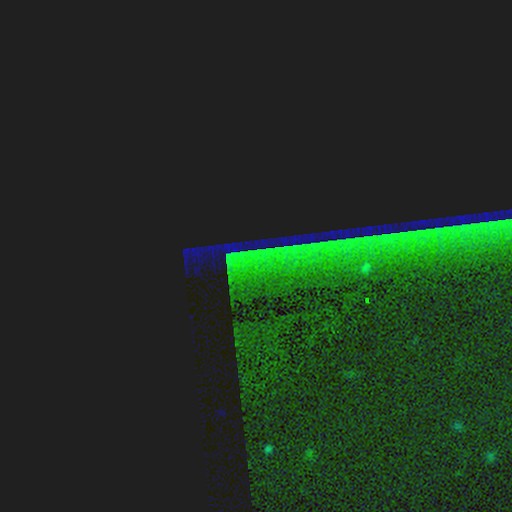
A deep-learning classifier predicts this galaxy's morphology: Smooth or featured: star or artifact — 89% (featured or disk — 6%)